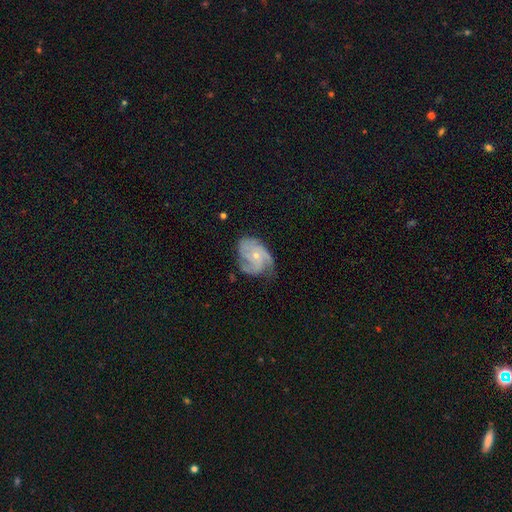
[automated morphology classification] A featured or disk galaxy (83%) with no bar (76%), 3 (51%) tight (44%) spiral arms (96%) and a small central bulge (68%).

Vote fractions:
- Smooth or featured? featured or disk: 83% / smooth: 11% / star or artifact: 6%
- Edge-on disk? no: 98% / yes: 2%
- Bar? no: 76% / weak: 21% / strong: 3%
- Spiral arms? yes: 96% / no: 4%
- Spiral winding? tight: 44% / medium: 43% / loose: 13%
- Spiral arm count? 3: 51% / can't tell: 14% / 2: 13% / 4: 13% / 1: 4% / more than 4: 4%
- Bulge size? small: 68% / moderate: 28% / none: 2% / large: 1% / dominant: 1%
- Merging? none: 60% / minor disturbance: 26% / major disturbance: 12% / merger: 2%